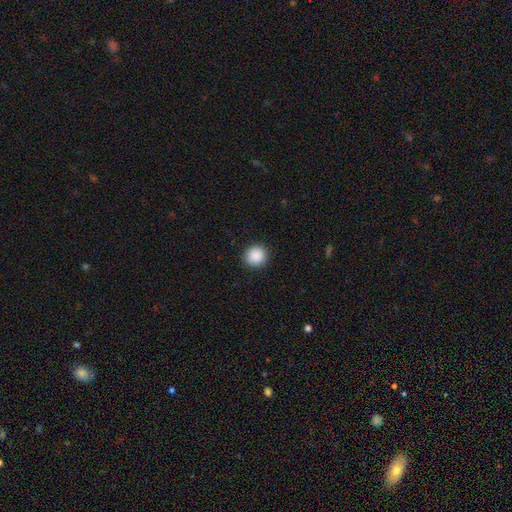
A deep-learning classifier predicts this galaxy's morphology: Smooth or featured: smooth — 89% (star or artifact — 9%)
How rounded: round — 92% (in between — 7%)
Merging: none — 92% (minor disturbance — 5%)